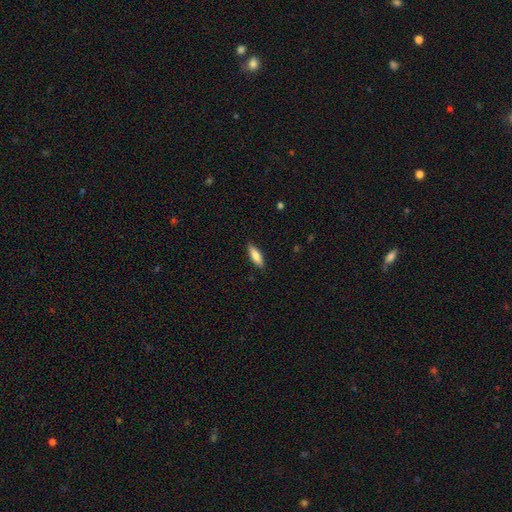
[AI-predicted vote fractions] Smooth or featured? smooth (81%)
How rounded? in between (53%)
Merging? none (88%)